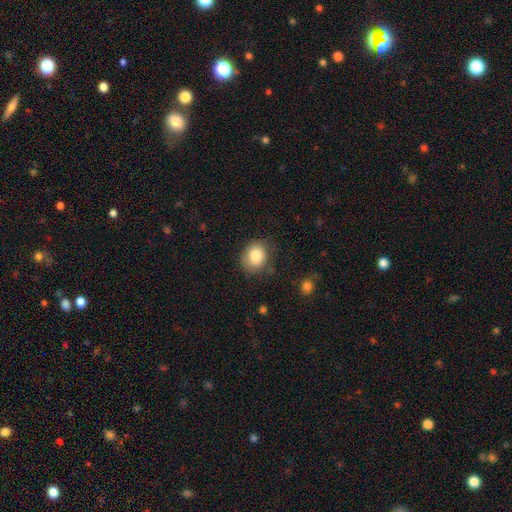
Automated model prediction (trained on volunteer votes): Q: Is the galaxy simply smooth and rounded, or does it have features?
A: smooth — 84%.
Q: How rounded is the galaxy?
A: round — 57%.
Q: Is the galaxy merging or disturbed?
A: none — 76%.